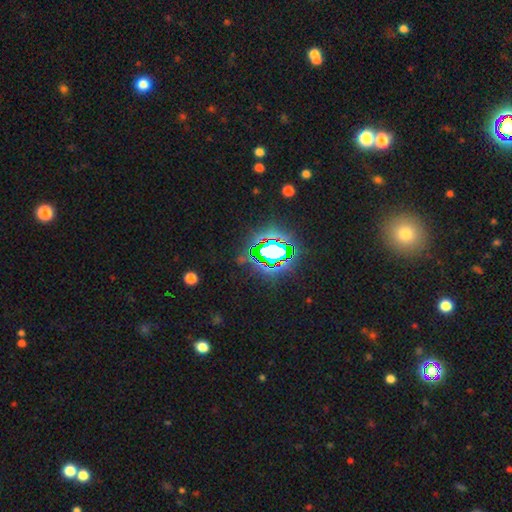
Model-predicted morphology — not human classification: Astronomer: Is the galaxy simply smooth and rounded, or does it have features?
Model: star or artifact — 83%.